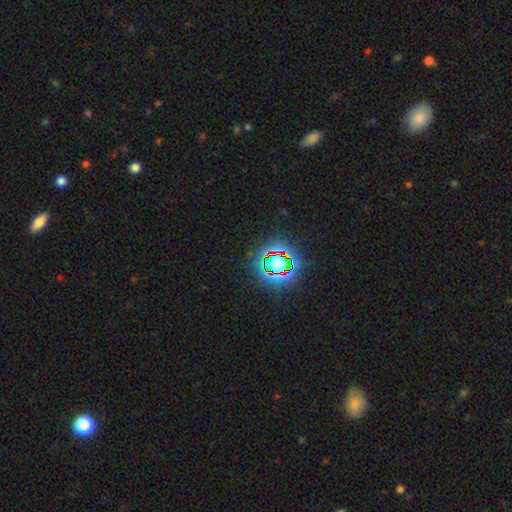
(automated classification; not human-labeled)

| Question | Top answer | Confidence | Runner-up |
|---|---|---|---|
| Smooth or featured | star or artifact | 80% | smooth (12%) |